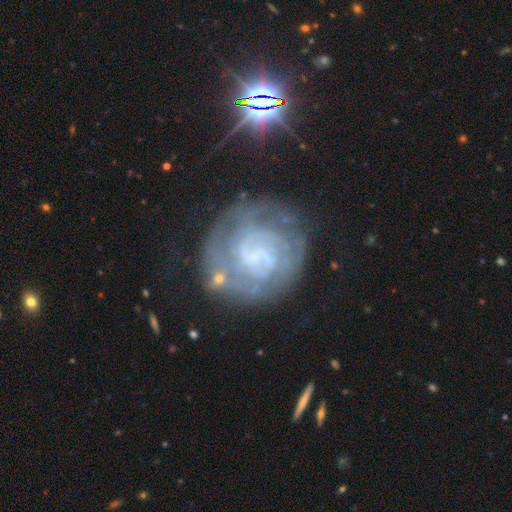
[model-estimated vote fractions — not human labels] Smooth or featured? featured or disk (78%)
Edge-on disk? no (98%)
Bar? no (47%)
Spiral arms? yes (88%)
Spiral winding? tight (65%)
Spiral arm count? can't tell (39%)
Bulge size? none (47%)
Merging? none (66%)